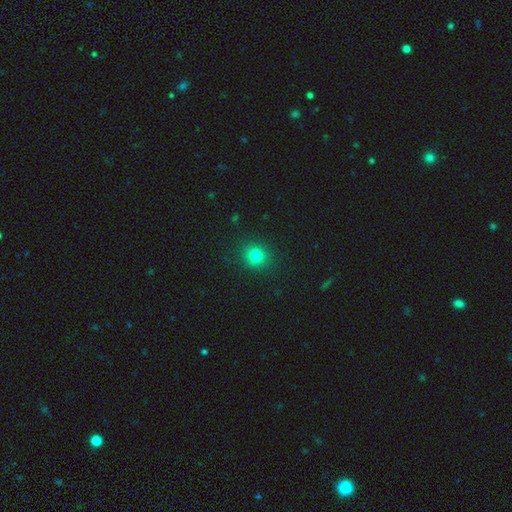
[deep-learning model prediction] This is likely a smooth galaxy (79%). How rounded: clearly round (87%). Merging: clearly none (90%).